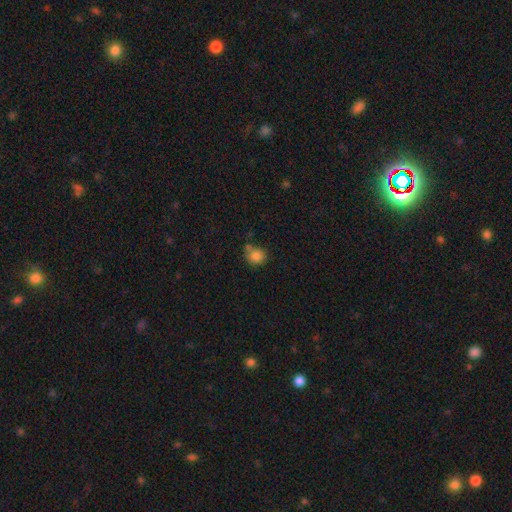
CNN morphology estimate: This is clearly a smooth galaxy (84%). How rounded: clearly round (82%). Merging: possibly none (58%).